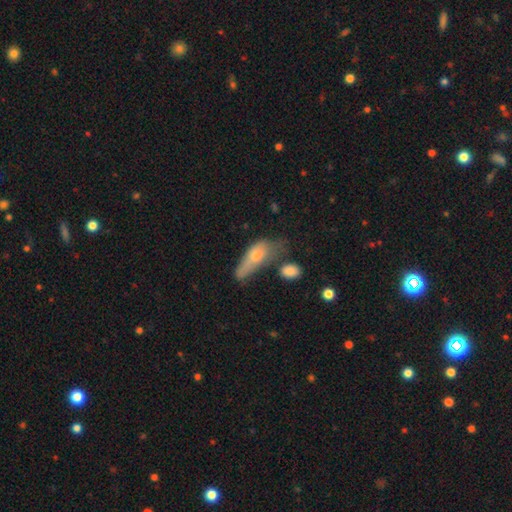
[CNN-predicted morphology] Smooth or featured: smooth — 59% (featured or disk — 33%)
How rounded: in between — 61% (cigar-shaped — 34%)
Merging: minor disturbance — 28% (major disturbance — 27%)